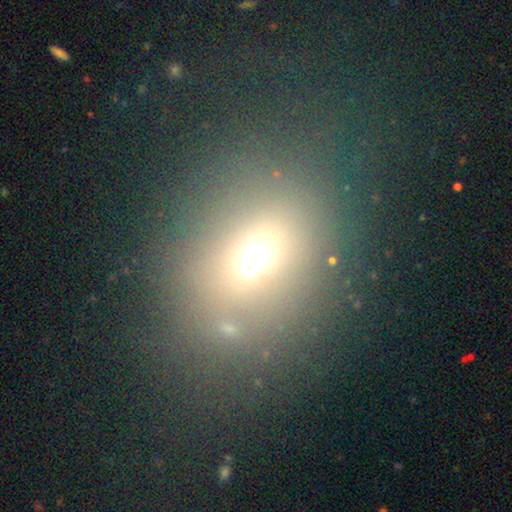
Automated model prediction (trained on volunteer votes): Overall: smooth (62%; star or artifact 22%). How rounded: in between (50%; round 48%). Merging: none (60%).